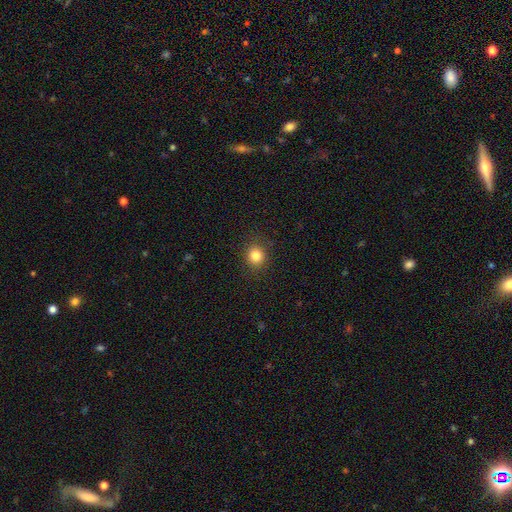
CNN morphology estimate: Smooth or featured?
  - smooth: 83% *
  - star or artifact: 12%
  - featured or disk: 5%
How rounded?
  - round: 83% *
  - in between: 16%
  - cigar-shaped: 1%
Merging?
  - none: 89% *
  - minor disturbance: 7%
  - major disturbance: 3%
  - merger: 1%